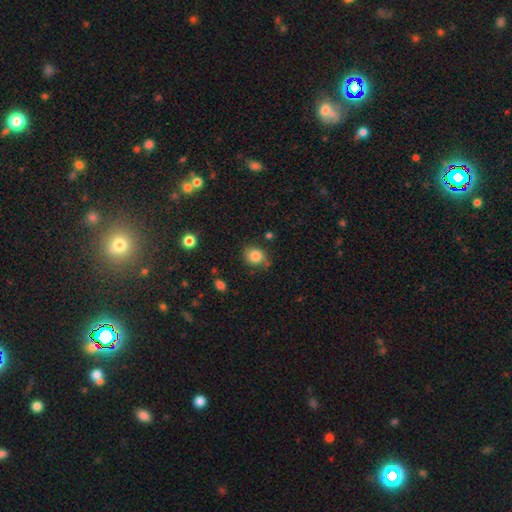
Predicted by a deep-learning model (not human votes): The model was most divided on "how rounded": round: 67%, in between: 32%, cigar-shaped: 1%. More confident: smooth or featured — smooth (84%); merging — none (74%).